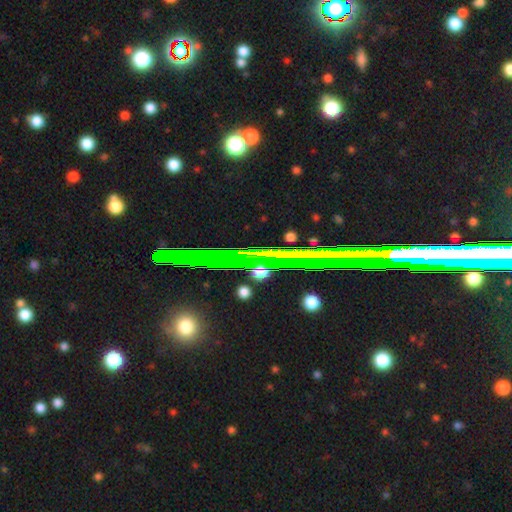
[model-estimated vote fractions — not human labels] A star or artifact, not a galaxy (57%).

Vote fractions:
- Smooth or featured? star or artifact: 57% / smooth: 22% / featured or disk: 21%